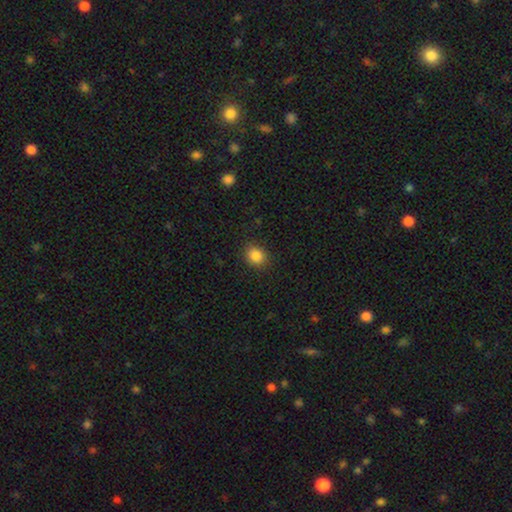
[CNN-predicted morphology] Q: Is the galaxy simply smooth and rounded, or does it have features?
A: smooth — 85%.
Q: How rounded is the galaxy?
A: round — 72%.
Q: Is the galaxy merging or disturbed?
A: none — 88%.